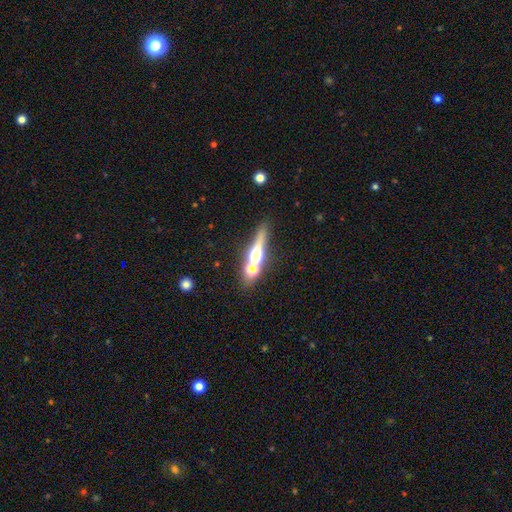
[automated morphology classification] Smooth or featured? featured or disk (53%)
Edge-on disk? yes (83%)
Merging? none (45%)